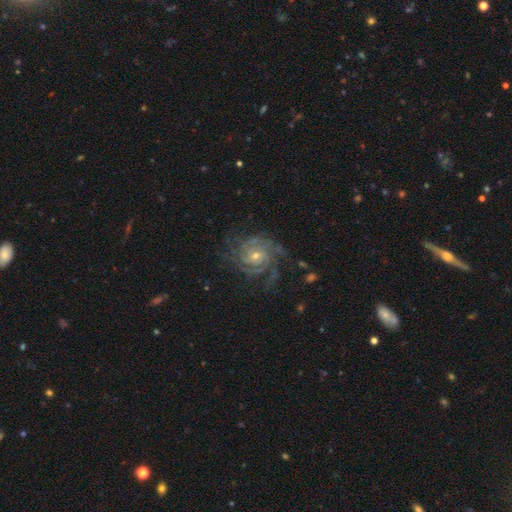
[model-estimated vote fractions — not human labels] Smooth or featured? featured or disk (90%)
Edge-on disk? no (98%)
Bar? no (68%)
Spiral arms? yes (98%)
Spiral winding? tight (71%)
Spiral arm count? 4 (24%, tied with 3)
Bulge size? small (63%)
Merging? none (72%)